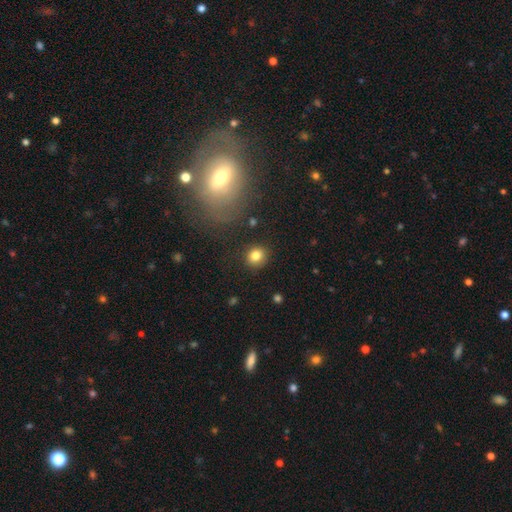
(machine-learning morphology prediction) smooth 83%, star or artifact 10%, featured or disk 7%. Down the decision tree: how rounded — round (80%); merging — none (88%).